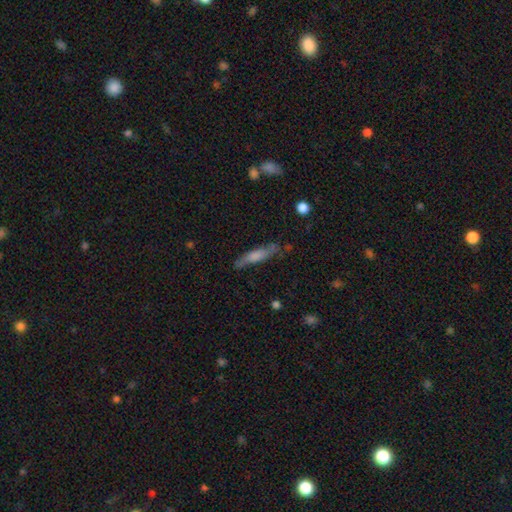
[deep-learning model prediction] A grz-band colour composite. It shows a smooth galaxy with no disk features (51%) that is cigar-shaped (84%). Merging: none (72%).